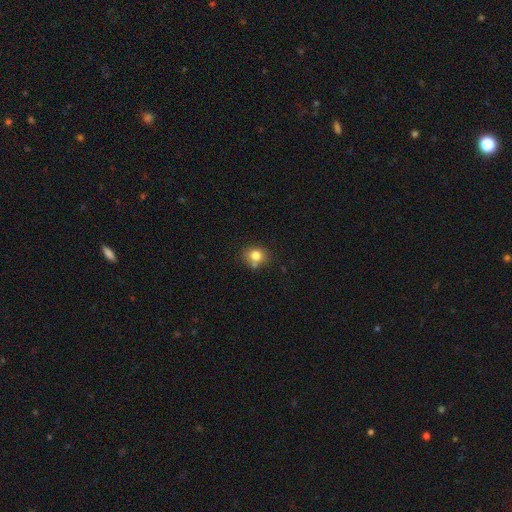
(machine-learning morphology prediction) Overall: smooth (79%). How rounded: round (74%). Merging: none (67%).